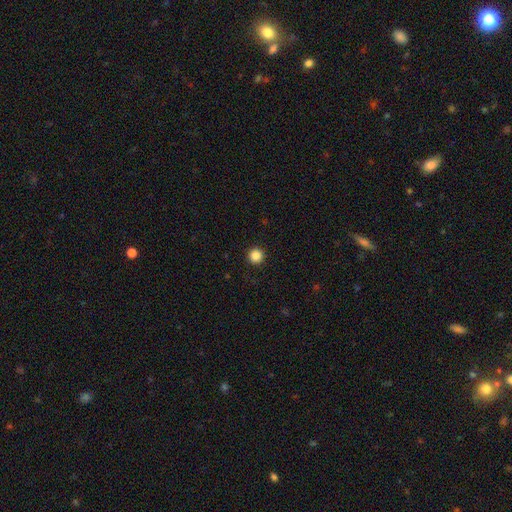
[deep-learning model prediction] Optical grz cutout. It shows a smooth galaxy with no disk features (87%) that is round (96%). Merging: none (94%).